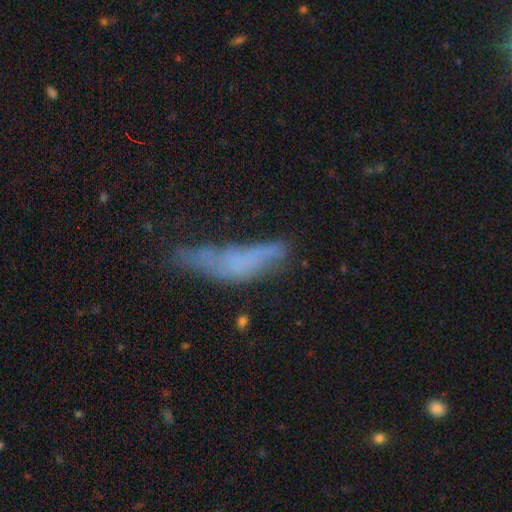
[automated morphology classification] smooth 53%, featured or disk 35%, star or artifact 12%. Down the decision tree: how rounded — cigar-shaped (63%); merging — none (33%).